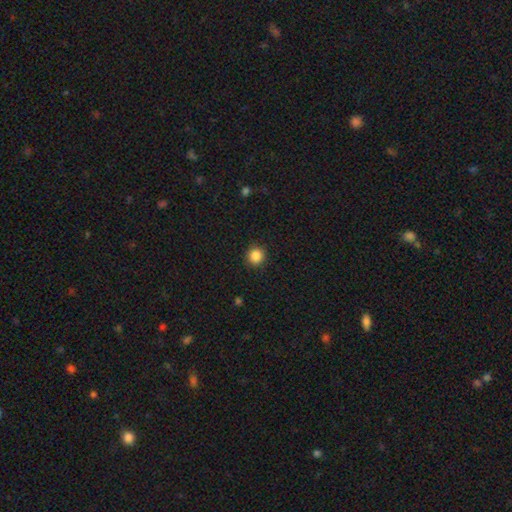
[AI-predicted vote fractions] Smooth or featured? Predicted: smooth (p=0.86). How rounded? Predicted: round (p=0.92). Merging? Predicted: none (p=0.91).